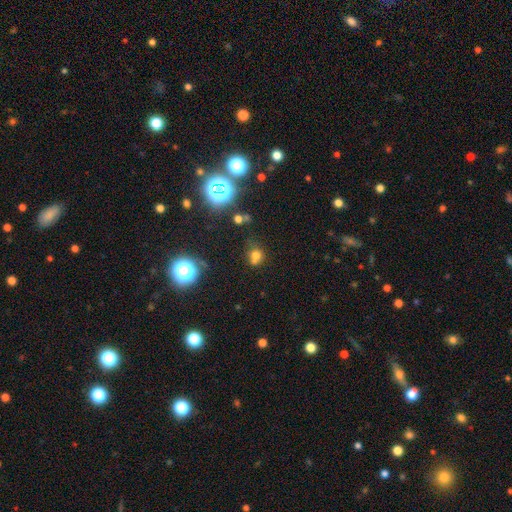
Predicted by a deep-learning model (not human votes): Overall: smooth (65%). How rounded: round (75%). Merging: none (51%; merger 26%).